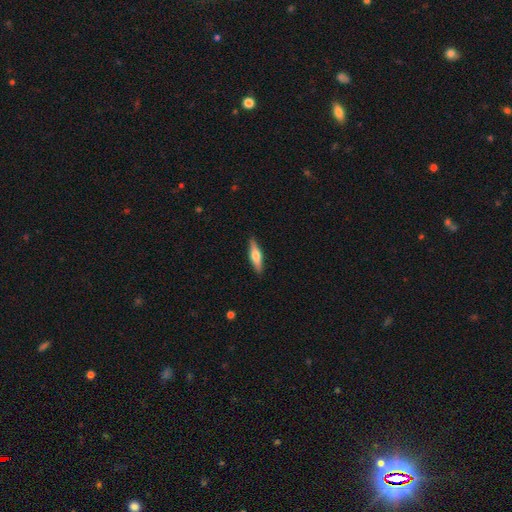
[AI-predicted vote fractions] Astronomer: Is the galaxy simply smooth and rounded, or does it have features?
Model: smooth — 50% (runner-up: featured or disk, 45%).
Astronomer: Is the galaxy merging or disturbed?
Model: none — 89%.